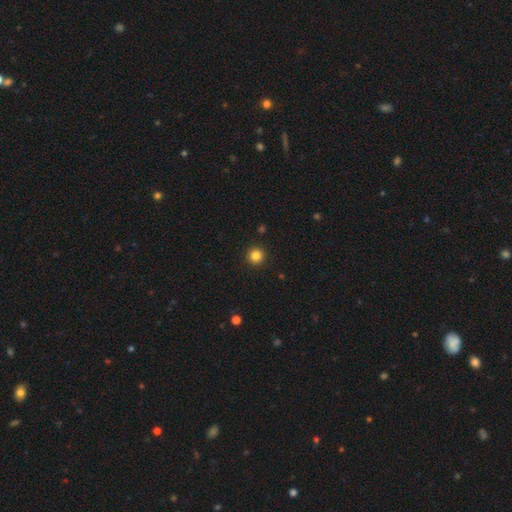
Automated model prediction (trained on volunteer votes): smooth_or_featured: smooth (p=0.83) [alt: star or artifact p=0.12]
how_rounded: round (p=0.95) [alt: in between p=0.04]
merging: none (p=0.93) [alt: minor disturbance p=0.04]